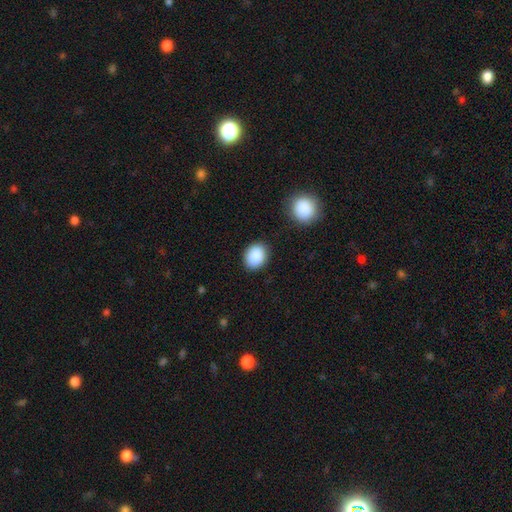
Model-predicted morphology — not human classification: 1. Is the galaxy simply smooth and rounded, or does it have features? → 89% smooth, 7% star or artifact, 3% featured or disk.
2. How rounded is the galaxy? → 54% in between, 45% round, 1% cigar-shaped.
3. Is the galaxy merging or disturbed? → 86% none, 9% minor disturbance, 3% major disturbance, 2% merger.